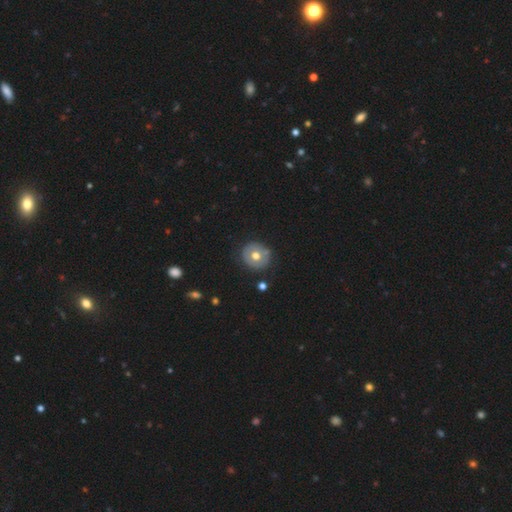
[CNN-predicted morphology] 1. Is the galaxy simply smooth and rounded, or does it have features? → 57% smooth, 36% featured or disk, 7% star or artifact.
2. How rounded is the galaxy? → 90% round, 9% in between, 1% cigar-shaped.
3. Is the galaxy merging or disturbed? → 85% none, 10% minor disturbance, 3% major disturbance, 2% merger.